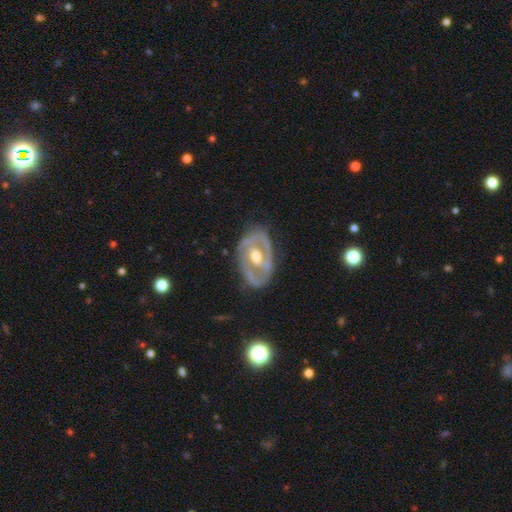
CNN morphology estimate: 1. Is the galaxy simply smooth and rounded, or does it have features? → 79% featured or disk, 16% smooth, 5% star or artifact.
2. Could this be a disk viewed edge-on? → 93% no, 7% yes.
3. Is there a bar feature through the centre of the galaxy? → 50% no, 32% weak, 17% strong.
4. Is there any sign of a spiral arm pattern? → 54% yes, 46% no.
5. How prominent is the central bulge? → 73% moderate, 13% small, 12% large, 1% none, 1% dominant.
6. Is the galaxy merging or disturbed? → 76% none, 17% minor disturbance, 6% major disturbance, 2% merger.